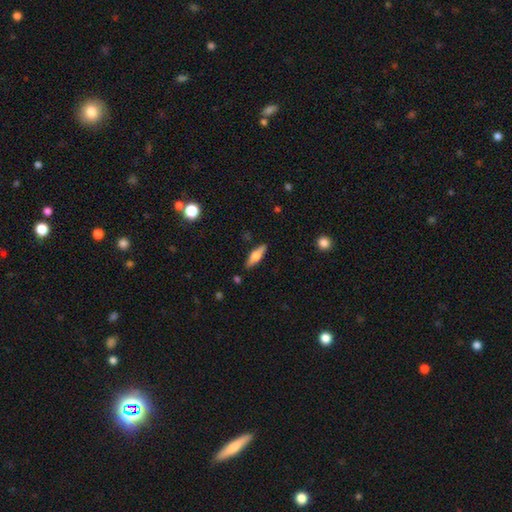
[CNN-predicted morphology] type=smooth (53%); roundness=cigar-shaped (52%); merging=none (85%).